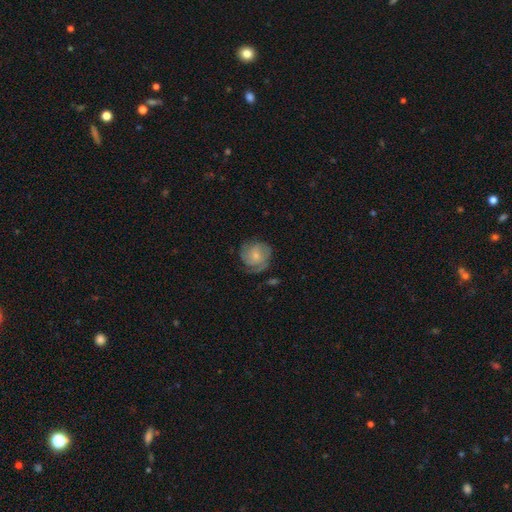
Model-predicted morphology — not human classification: Q: Smooth or featured?
A: featured or disk (64%); runner-up: smooth (30%)
Q: Edge-on disk?
A: no (98%); runner-up: yes (2%)
Q: Bar?
A: no (72%); runner-up: weak (24%)
Q: Spiral arms?
A: yes (90%); runner-up: no (10%)
Q: Spiral winding?
A: tight (56%); runner-up: medium (33%)
Q: Spiral arm count?
A: can't tell (30%); runner-up: 2 (29%)
Q: Bulge size?
A: small (59%); runner-up: moderate (31%)
Q: Merging?
A: none (66%); runner-up: minor disturbance (21%)